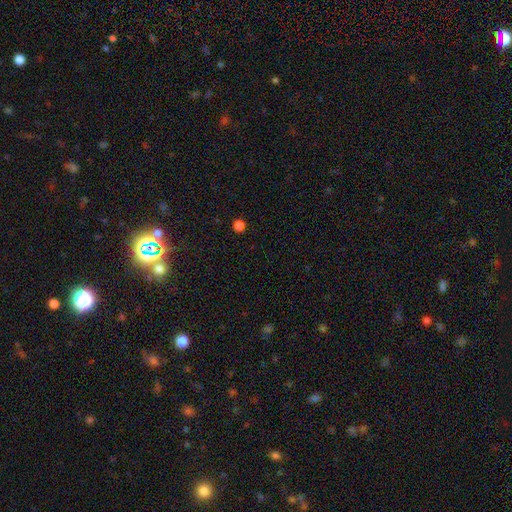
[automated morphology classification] type=smooth (51%); roundness=round (91%); merging=none (90%).